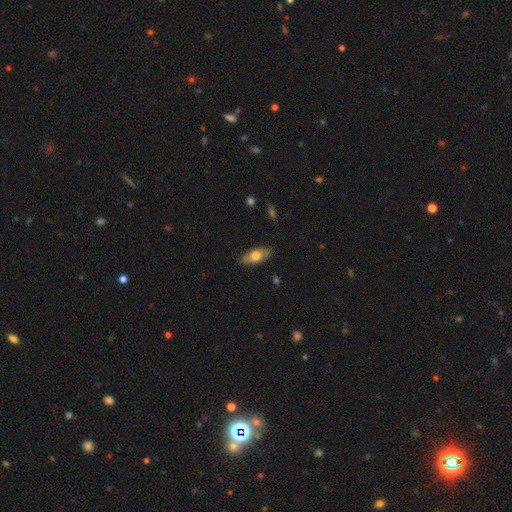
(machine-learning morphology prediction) This is likely a smooth galaxy (62%). How rounded: likely in between (80%). Merging: likely none (79%).